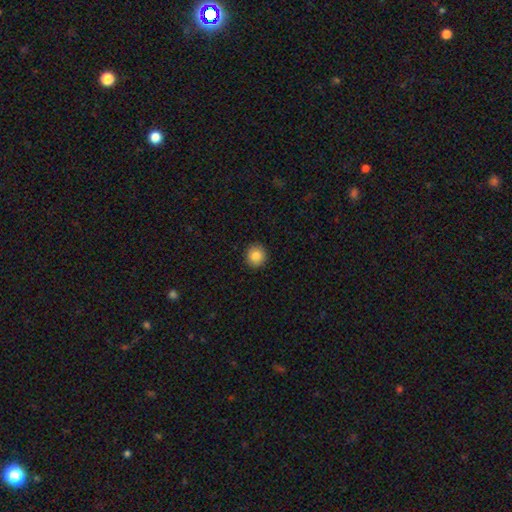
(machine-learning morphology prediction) smooth-or-featured: smooth: 85% | star or artifact: 9% | featured or disk: 6%
  how-rounded: round: 91% | in between: 8% | cigar-shaped: 1%
  merging: none: 92% | minor disturbance: 6% | major disturbance: 2% | merger: 1%